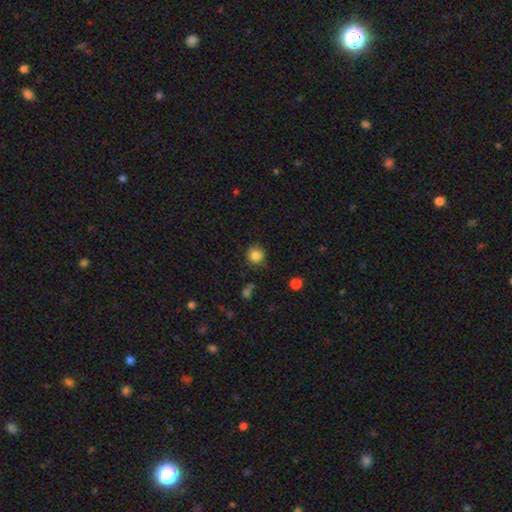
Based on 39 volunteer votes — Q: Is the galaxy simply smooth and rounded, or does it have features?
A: smooth — 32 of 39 (82%).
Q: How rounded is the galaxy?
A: round — 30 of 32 (94%).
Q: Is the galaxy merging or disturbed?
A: none — 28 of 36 (78%).